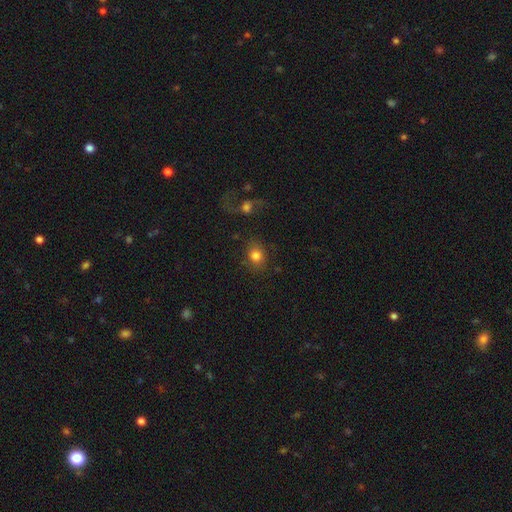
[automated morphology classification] A smooth galaxy with no disk features (81%) that is round (65%).

Vote fractions:
- Smooth or featured? smooth: 81% / star or artifact: 11% / featured or disk: 8%
- How rounded? round: 65% / in between: 34% / cigar-shaped: 1%
- Merging? none: 78% / minor disturbance: 12% / merger: 5% / major disturbance: 5%